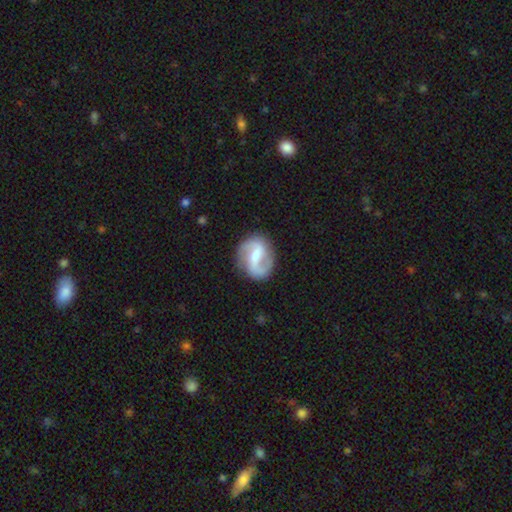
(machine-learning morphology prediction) Smooth or featured?
  - featured or disk: 81% *
  - smooth: 14%
  - star or artifact: 5%
Edge-on disk?
  - no: 97% *
  - yes: 3%
Bar?
  - weak: 45% *
  - strong: 40%
  - no: 15%
Spiral arms?
  - yes: 92% *
  - no: 8%
Spiral winding?
  - loose: 44% *
  - medium: 42%
  - tight: 14%
Spiral arm count?
  - 2: 90% *
  - can't tell: 4%
  - 1: 3%
  - 3: 1%
  - 4: 1%
  - more than 4: 1%
Bulge size?
  - small: 43% *
  - moderate: 41%
  - none: 10%
  - large: 5%
  - dominant: 1%
Merging?
  - none: 80% *
  - minor disturbance: 13%
  - major disturbance: 6%
  - merger: 2%